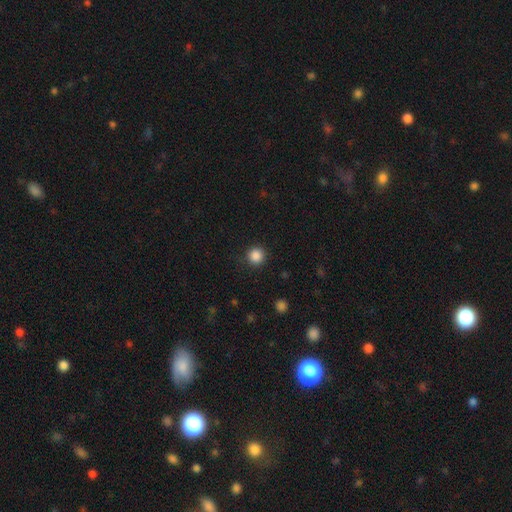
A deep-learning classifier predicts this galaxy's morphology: Smooth or featured: smooth — 87% (star or artifact — 10%)
How rounded: round — 95% (in between — 4%)
Merging: none — 91% (minor disturbance — 6%)